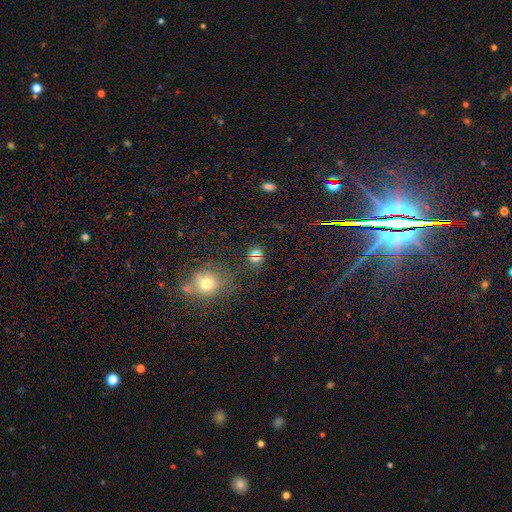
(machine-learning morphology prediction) smooth_or_featured: smooth (p=0.56) [alt: star or artifact p=0.37]
how_rounded: round (p=0.81) [alt: in between p=0.17]
merging: none (p=0.79) [alt: minor disturbance p=0.10]